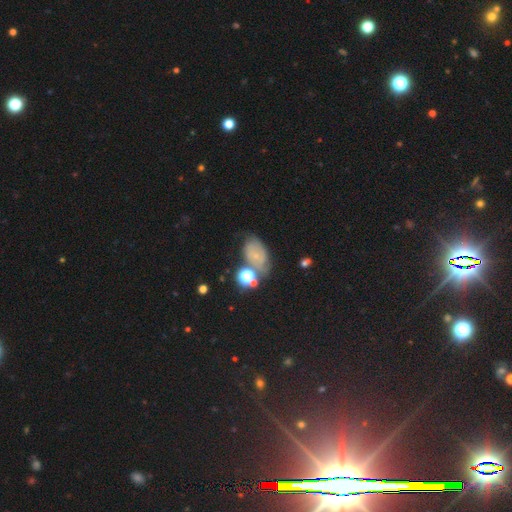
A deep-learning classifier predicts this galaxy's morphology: A smooth galaxy with no disk features (43%).

Vote fractions:
- Smooth or featured? smooth: 43% / featured or disk: 36% / star or artifact: 21%
- Merging? none: 50% / minor disturbance: 25% / merger: 13% / major disturbance: 12%